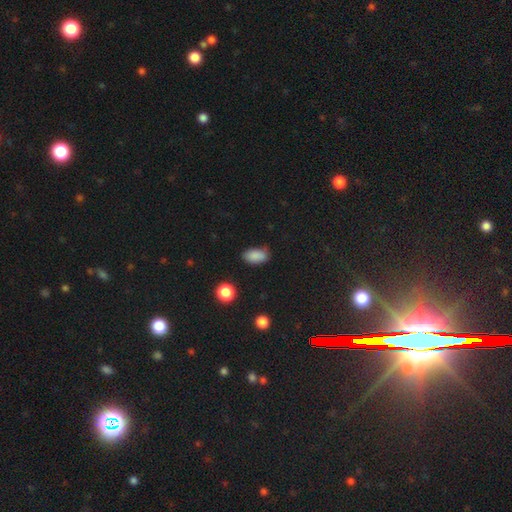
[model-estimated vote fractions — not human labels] The model was most divided on "merging": none: 77%, minor disturbance: 18%, major disturbance: 4%, merger: 2%. More confident: how rounded — in between (91%); smooth or featured — smooth (86%).